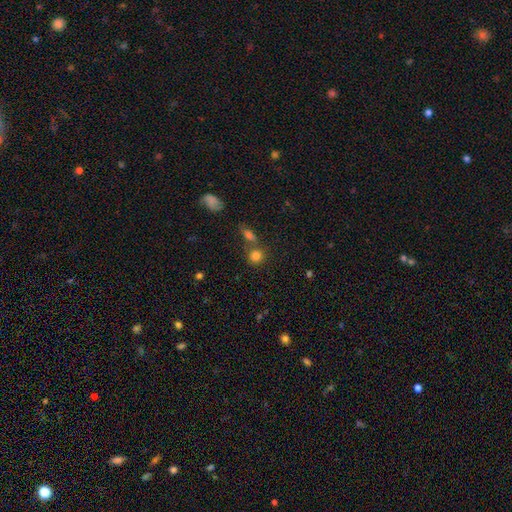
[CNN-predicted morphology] type=smooth (81%); roundness=round (83%); merging=none (63%).